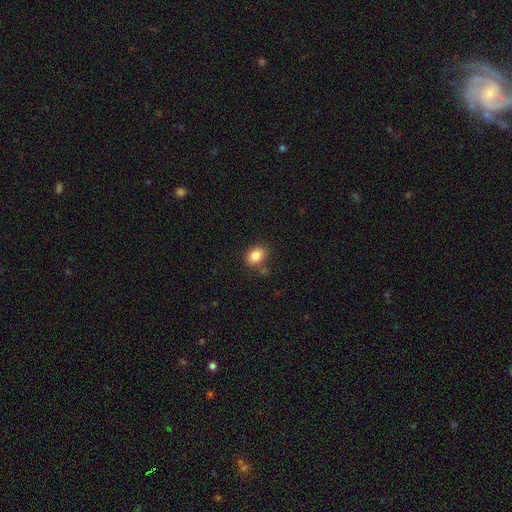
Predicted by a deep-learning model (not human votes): Overall: smooth (86%). How rounded: in between (67%; round 32%). Merging: none (78%).